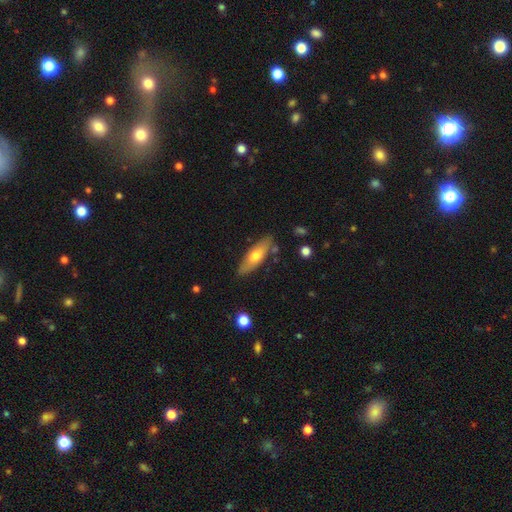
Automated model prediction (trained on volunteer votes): smooth_or_featured: smooth (p=0.58) [alt: featured or disk p=0.36]
how_rounded: in between (p=0.53) [alt: cigar-shaped p=0.44]
merging: none (p=0.80) [alt: minor disturbance p=0.14]